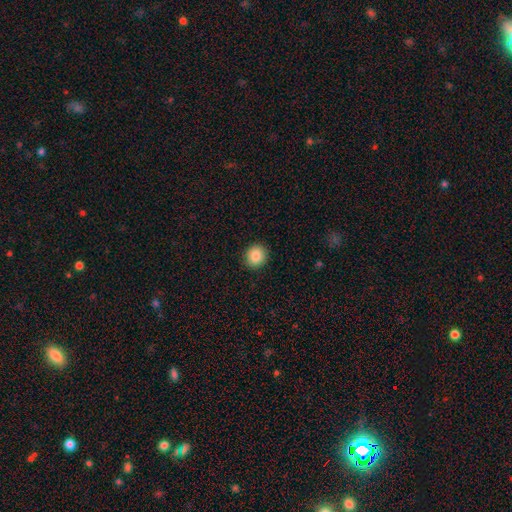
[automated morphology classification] A smooth galaxy with no disk features (86%) that is round (84%).

Vote fractions:
- Smooth or featured? smooth: 86% / star or artifact: 9% / featured or disk: 5%
- How rounded? round: 84% / in between: 15% / cigar-shaped: 1%
- Merging? none: 91% / minor disturbance: 6% / major disturbance: 2% / merger: 1%